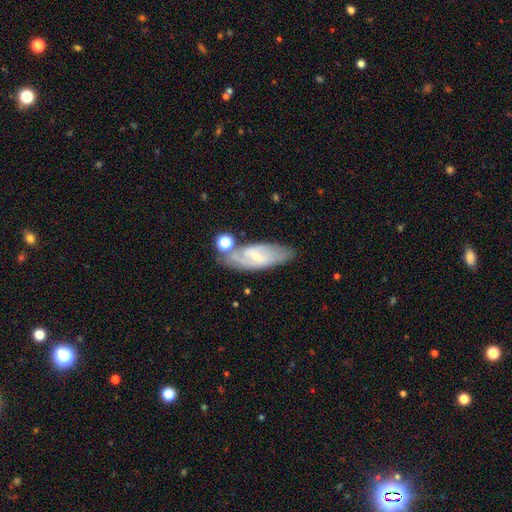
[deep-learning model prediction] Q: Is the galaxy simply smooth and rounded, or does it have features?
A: featured or disk — 68%.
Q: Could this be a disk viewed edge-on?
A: no — 84%.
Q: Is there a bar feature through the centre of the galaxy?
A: weak — 46%.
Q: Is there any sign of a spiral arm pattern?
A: yes — 82%.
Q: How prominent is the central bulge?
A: small — 68%.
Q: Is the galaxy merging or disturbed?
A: none — 64%.